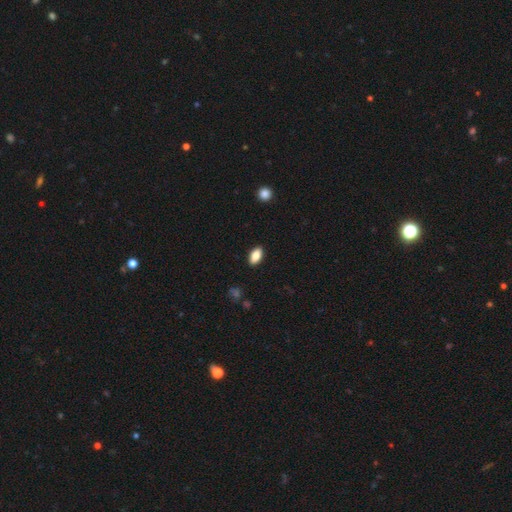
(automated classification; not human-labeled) This appears to be a smooth galaxy with no disk features (83%) that is in between round and cigar-shaped (90%). Merging: none (89%).